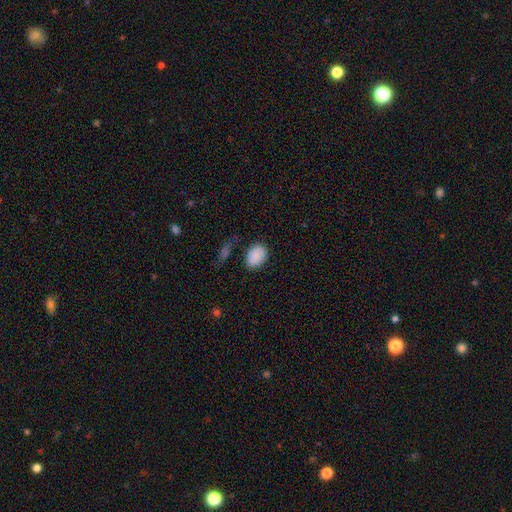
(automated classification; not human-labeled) Overall: smooth (83%). How rounded: in between (76%). Merging: none (70%).